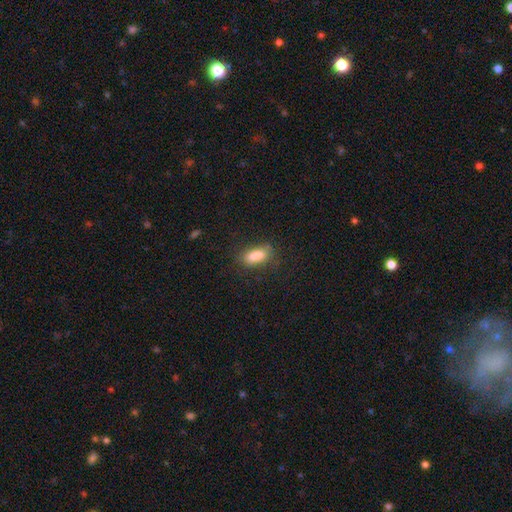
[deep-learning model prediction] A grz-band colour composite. It shows a smooth galaxy with no disk features (84%) that is in between round and cigar-shaped (79%). Merging: none (76%).